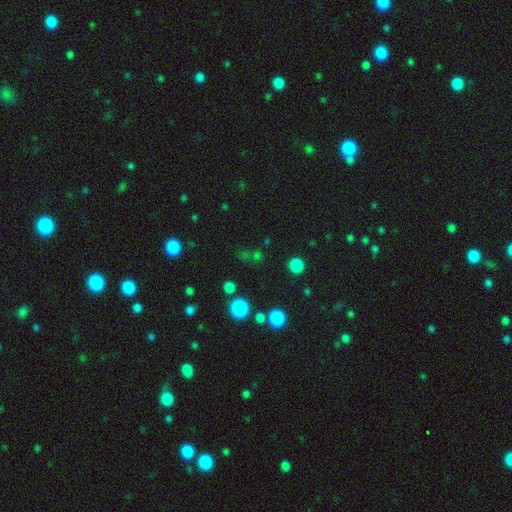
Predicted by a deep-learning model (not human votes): This appears to be a smooth galaxy with no disk features (47%). Merging: none (73%).